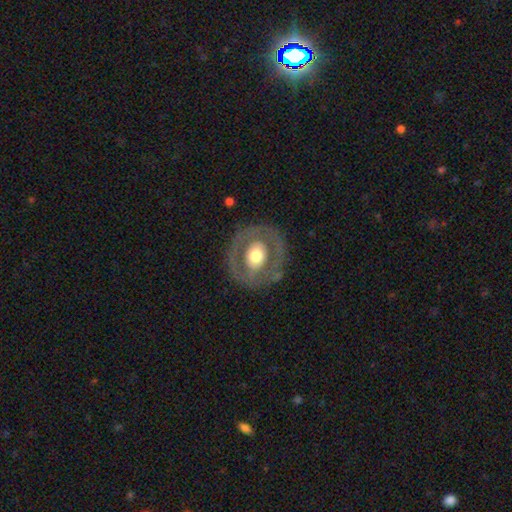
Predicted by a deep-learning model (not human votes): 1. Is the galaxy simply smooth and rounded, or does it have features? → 55% featured or disk, 40% smooth, 6% star or artifact.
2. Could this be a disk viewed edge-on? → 95% no, 5% yes.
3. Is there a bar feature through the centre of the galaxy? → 79% no, 15% weak, 7% strong.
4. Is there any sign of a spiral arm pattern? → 83% no, 17% yes.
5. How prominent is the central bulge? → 55% moderate, 36% large, 5% small, 3% dominant, 1% none.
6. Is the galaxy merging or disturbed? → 78% none, 12% minor disturbance, 8% major disturbance, 1% merger.